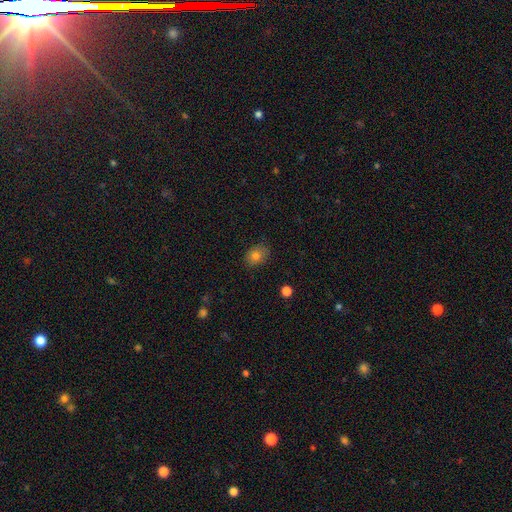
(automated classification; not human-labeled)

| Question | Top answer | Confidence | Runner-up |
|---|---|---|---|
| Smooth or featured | smooth | 78% | featured or disk (11%) |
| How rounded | in between | 59% | round (40%) |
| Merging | none | 83% | minor disturbance (13%) |